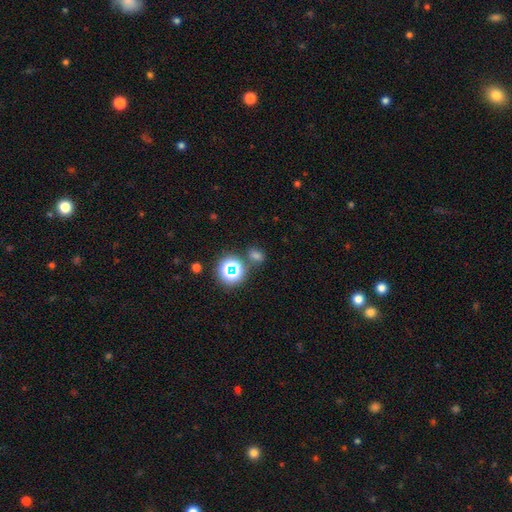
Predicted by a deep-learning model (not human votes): A smooth galaxy with no disk features (60%) that is in between round and cigar-shaped (53%).

Vote fractions:
- Smooth or featured? smooth: 60% / star or artifact: 32% / featured or disk: 7%
- How rounded? in between: 53% / round: 45% / cigar-shaped: 2%
- Merging? none: 70% / merger: 13% / minor disturbance: 12% / major disturbance: 5%